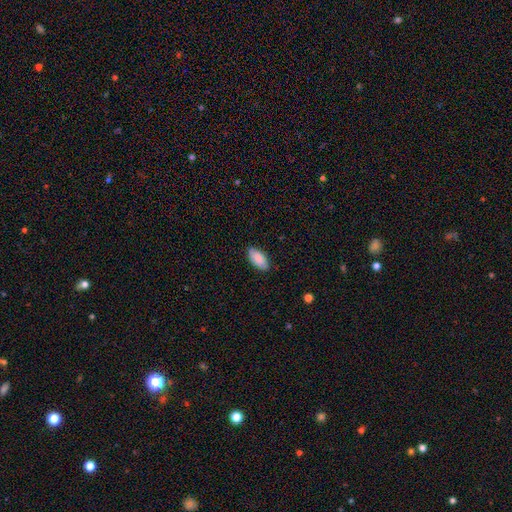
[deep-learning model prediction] The model was most divided on "merging": none: 86%, minor disturbance: 11%, major disturbance: 2%, merger: 1%. More confident: how rounded — in between (91%); smooth or featured — smooth (88%).